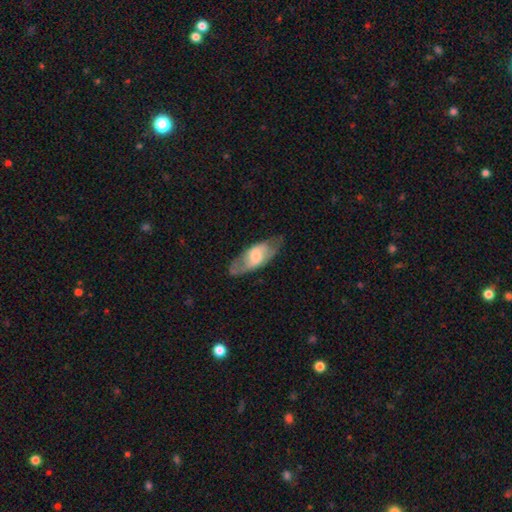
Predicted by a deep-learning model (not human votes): This is possibly a featured or disk galaxy (52%). It is likely not viewed edge-on (78%). Merging: likely none (69%).